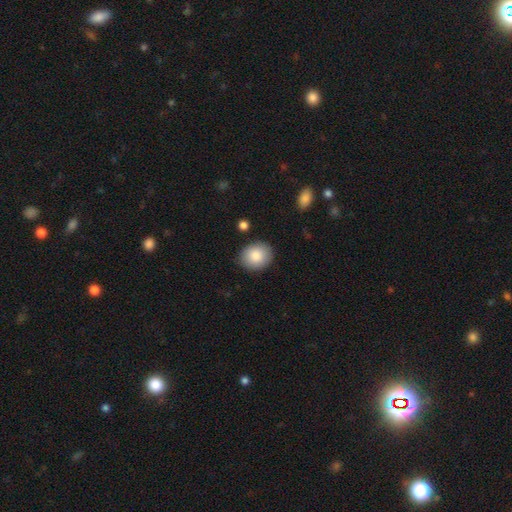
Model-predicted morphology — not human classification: Smooth or featured: smooth — 87% (star or artifact — 7%)
How rounded: round — 56% (in between — 43%)
Merging: none — 87% (minor disturbance — 9%)